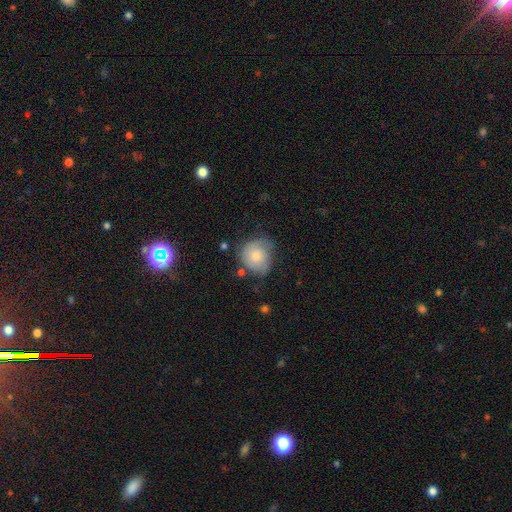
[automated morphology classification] Smooth or featured?
  - smooth: 61% *
  - featured or disk: 32%
  - star or artifact: 7%
How rounded?
  - round: 79% *
  - in between: 20%
  - cigar-shaped: 1%
Merging?
  - none: 55% *
  - minor disturbance: 31%
  - major disturbance: 11%
  - merger: 3%